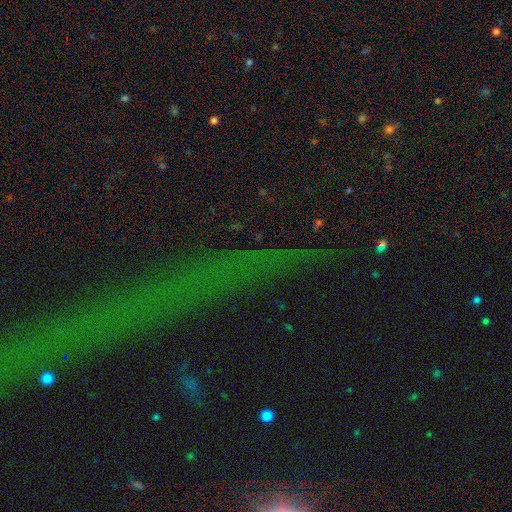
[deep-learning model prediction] smooth_or_featured: star or artifact (p=0.78) [alt: smooth p=0.11]